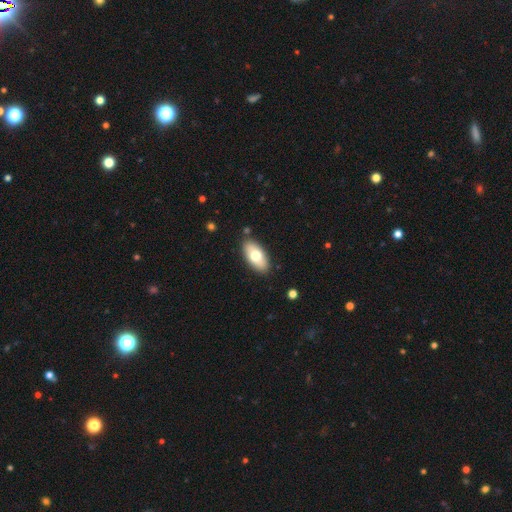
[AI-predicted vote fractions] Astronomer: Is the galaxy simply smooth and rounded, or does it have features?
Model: smooth — 70%.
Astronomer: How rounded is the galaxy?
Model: in between — 92%.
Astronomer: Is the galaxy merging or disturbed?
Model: none — 86%.